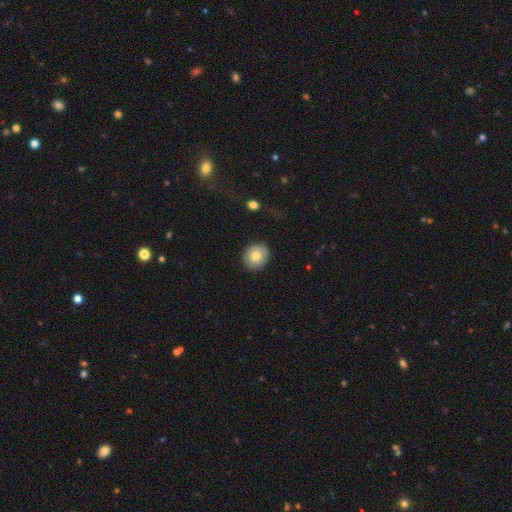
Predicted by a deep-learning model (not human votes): Smooth or featured?
  - smooth: 77% *
  - featured or disk: 15%
  - star or artifact: 8%
How rounded?
  - round: 71% *
  - in between: 28%
  - cigar-shaped: 1%
Merging?
  - none: 88% *
  - minor disturbance: 9%
  - major disturbance: 2%
  - merger: 1%